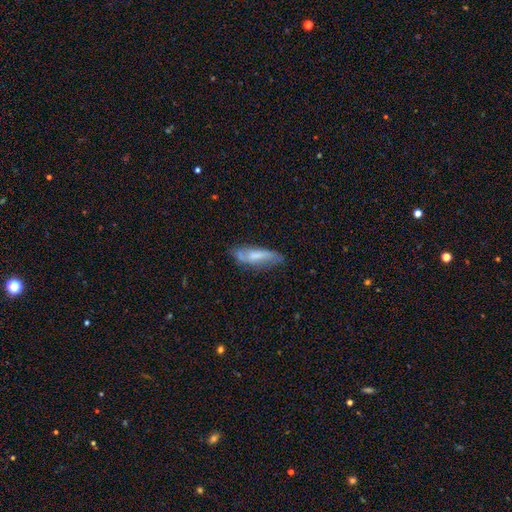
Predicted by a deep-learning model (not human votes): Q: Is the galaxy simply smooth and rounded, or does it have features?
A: smooth — 51%.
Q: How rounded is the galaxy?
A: in between — 50%.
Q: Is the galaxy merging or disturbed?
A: none — 56%.